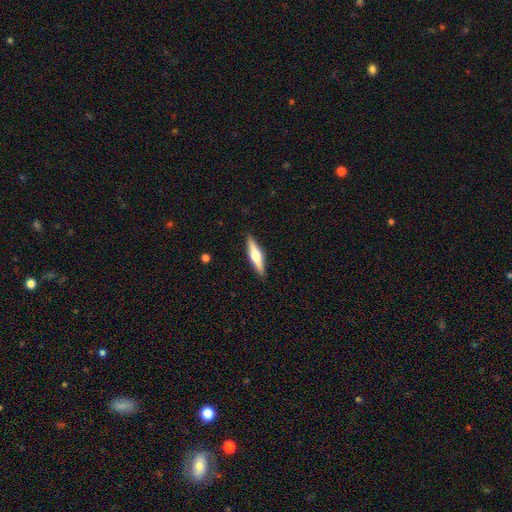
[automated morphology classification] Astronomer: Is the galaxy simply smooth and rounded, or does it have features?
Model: featured or disk — 60%.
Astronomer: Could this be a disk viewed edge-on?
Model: yes — 97%.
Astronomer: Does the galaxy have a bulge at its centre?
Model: rounded — 93%.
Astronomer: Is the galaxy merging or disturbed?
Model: none — 91%.